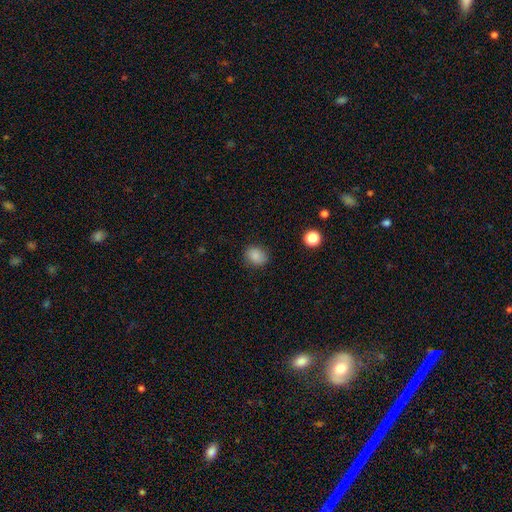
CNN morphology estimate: Overall: smooth (85%). How rounded: round (58%; in between 42%). Merging: none (82%).